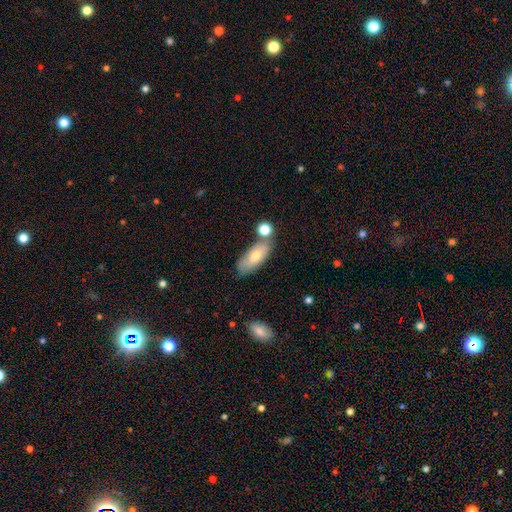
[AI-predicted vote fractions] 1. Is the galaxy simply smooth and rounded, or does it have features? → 72% smooth, 21% featured or disk, 7% star or artifact.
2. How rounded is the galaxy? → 79% in between, 18% cigar-shaped, 3% round.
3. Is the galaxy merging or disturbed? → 59% none, 18% minor disturbance, 17% merger, 5% major disturbance.